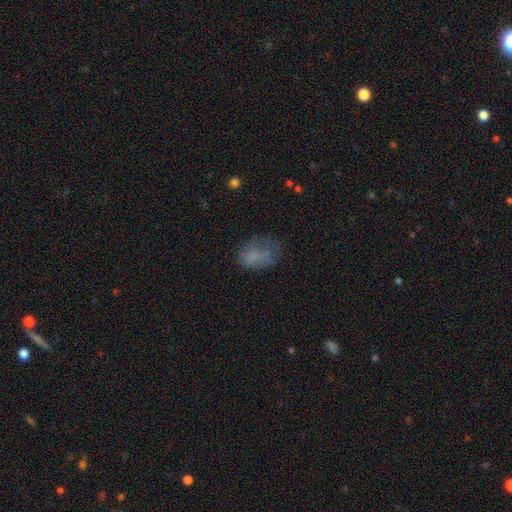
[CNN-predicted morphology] This is likely a smooth galaxy (68%). How rounded: clearly in between (82%). Merging: possibly none (48%).